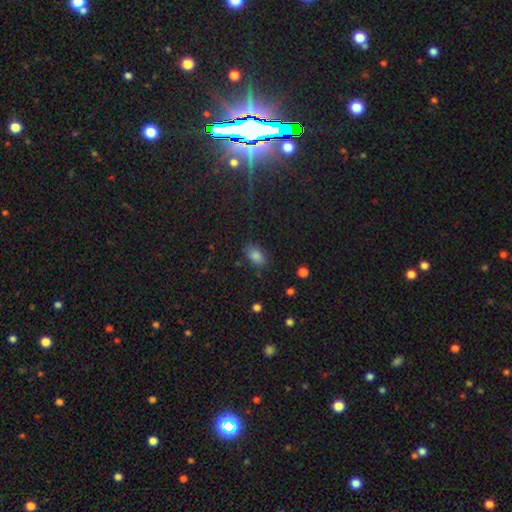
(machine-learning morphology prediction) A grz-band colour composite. It shows a smooth galaxy with no disk features (81%) that is in between round and cigar-shaped (90%). Merging: none (83%).